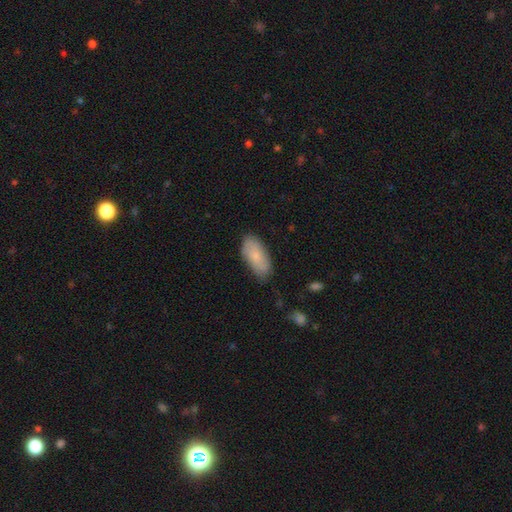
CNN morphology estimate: smooth-or-featured: smooth: 74% | featured or disk: 20% | star or artifact: 6%
  how-rounded: in between: 90% | cigar-shaped: 8% | round: 2%
  merging: none: 78% | minor disturbance: 18% | major disturbance: 3% | merger: 1%